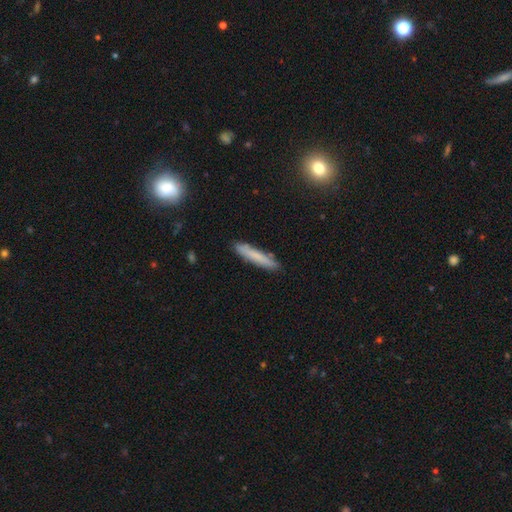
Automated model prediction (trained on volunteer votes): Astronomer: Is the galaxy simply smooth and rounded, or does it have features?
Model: smooth — 73%.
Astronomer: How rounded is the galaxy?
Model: cigar-shaped — 93%.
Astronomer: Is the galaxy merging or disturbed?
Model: none — 87%.